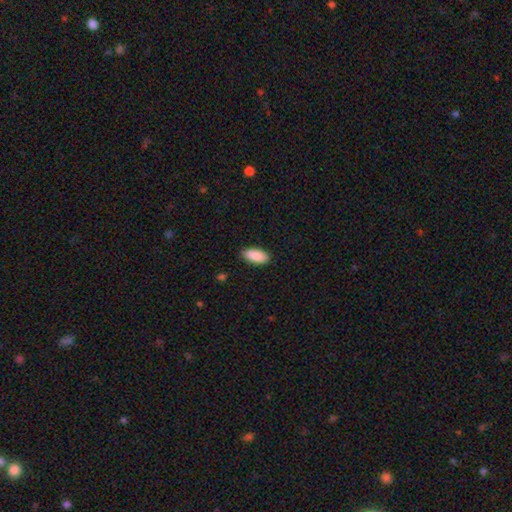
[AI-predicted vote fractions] smooth 91%, star or artifact 6%, featured or disk 3%. Down the decision tree: how rounded — in between (90%); merging — none (88%).